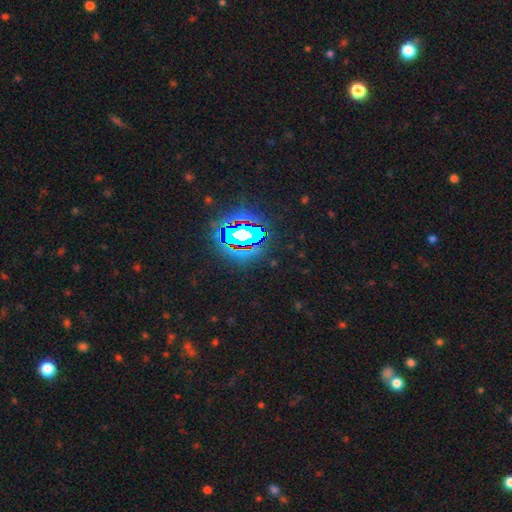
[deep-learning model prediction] A star or artifact, not a galaxy (78%).